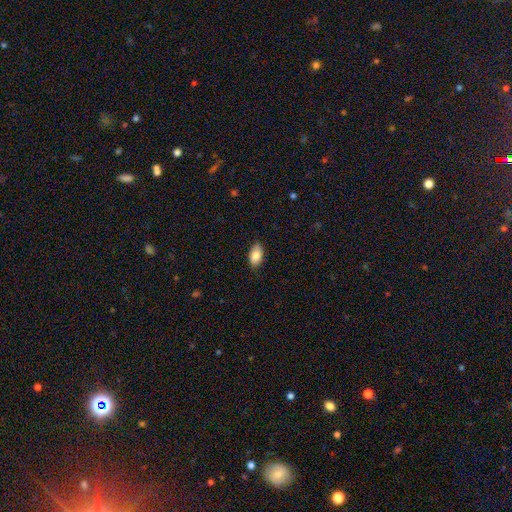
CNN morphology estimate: The model was most divided on "merging": none: 84%, minor disturbance: 13%, major disturbance: 2%, merger: 1%. More confident: how rounded — in between (93%); smooth or featured — smooth (86%).